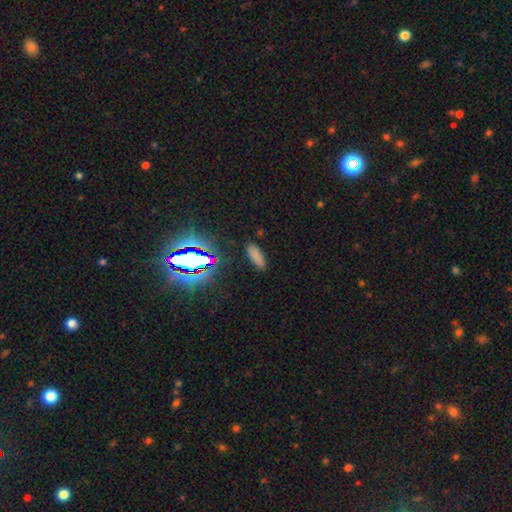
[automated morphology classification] The model was most divided on "how rounded": in between: 68%, cigar-shaped: 29%, round: 3%. More confident: merging — none (86%); smooth or featured — smooth (74%).